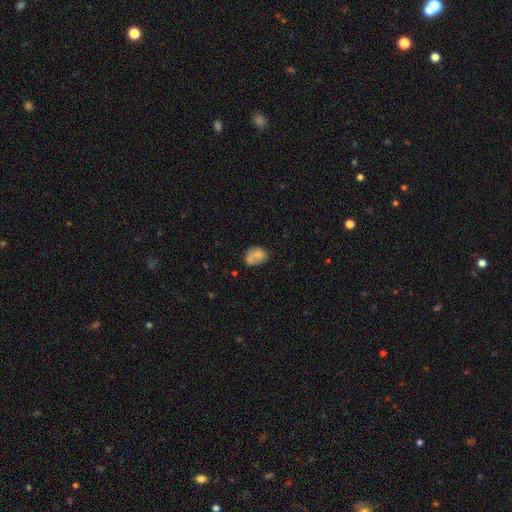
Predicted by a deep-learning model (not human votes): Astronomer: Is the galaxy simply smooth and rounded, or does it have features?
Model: smooth — 70%.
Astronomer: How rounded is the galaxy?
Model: in between — 58% (runner-up: round, 40%).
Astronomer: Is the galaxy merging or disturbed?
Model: none — 40% (runner-up: merger, 33%).